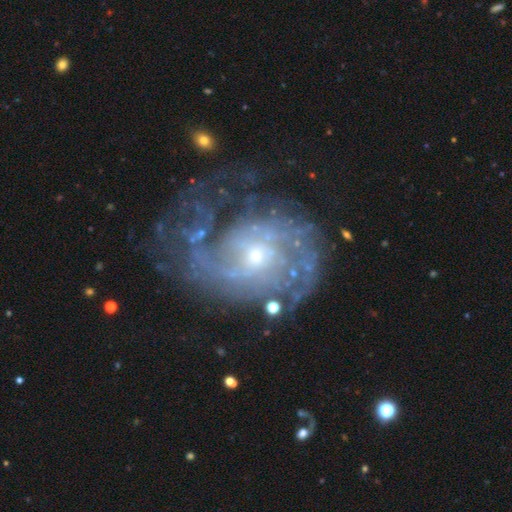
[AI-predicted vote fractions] The model was most divided on "spiral winding": tight: 40%, medium: 39%, loose: 21%. Remaining: edge-on disk — no (97%); spiral arms — yes (92%); smooth or featured — featured or disk (86%); bulge size — small (67%); bar — no (61%); merging — none (48%); spiral arm count — 2 (37%).